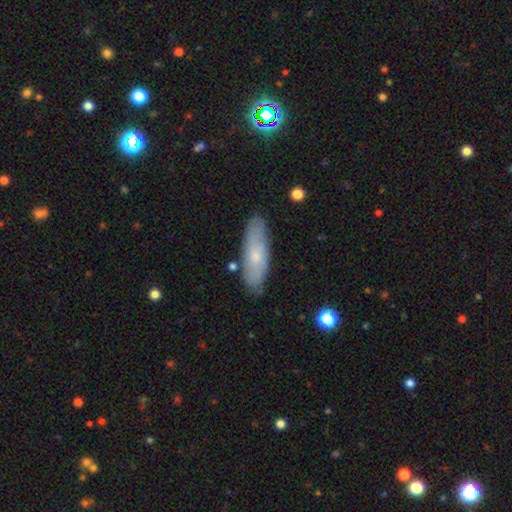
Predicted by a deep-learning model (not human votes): Smooth or featured? Predicted: smooth (p=0.65). How rounded? Predicted: in between (p=0.51). Merging? Predicted: none (p=0.84).